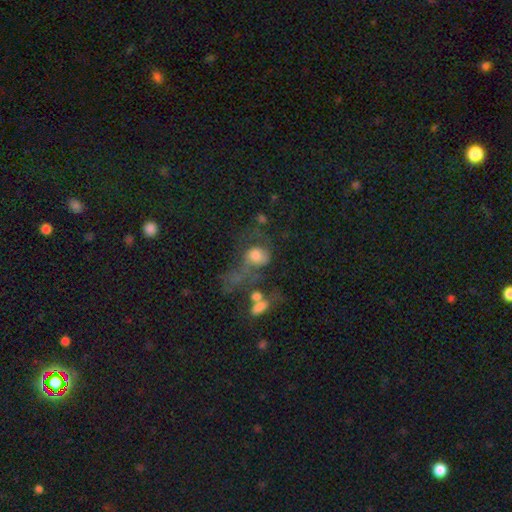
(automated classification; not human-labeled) Morphology: type=smooth (53%); roundness=round (56%); merging=major disturbance (37%).